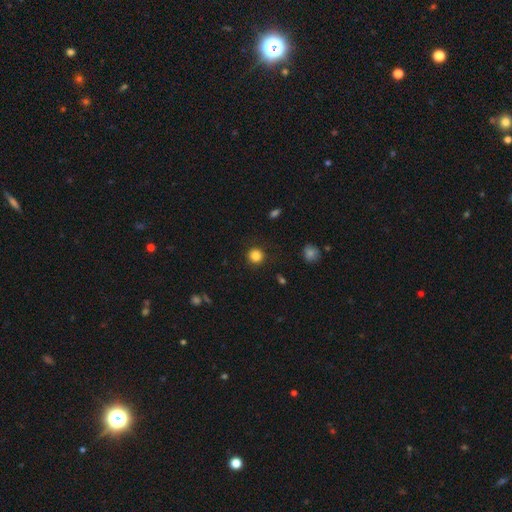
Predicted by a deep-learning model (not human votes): Smooth or featured? smooth (84%)
How rounded? round (94%)
Merging? none (90%)